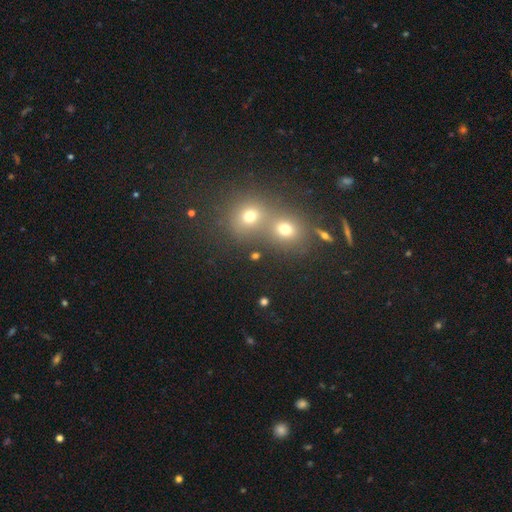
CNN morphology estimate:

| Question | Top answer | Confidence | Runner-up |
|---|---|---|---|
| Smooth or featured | smooth | 62% | star or artifact (26%) |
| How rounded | round | 74% | in between (24%) |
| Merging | none | 47% | merger (42%) |